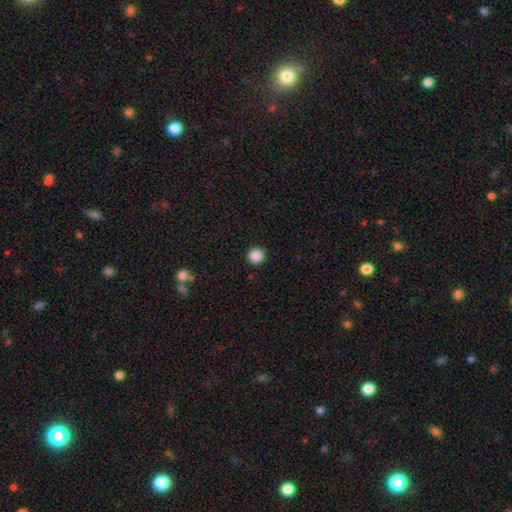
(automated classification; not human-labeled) This is clearly a smooth galaxy (88%). How rounded: clearly round (95%). Merging: clearly none (93%).